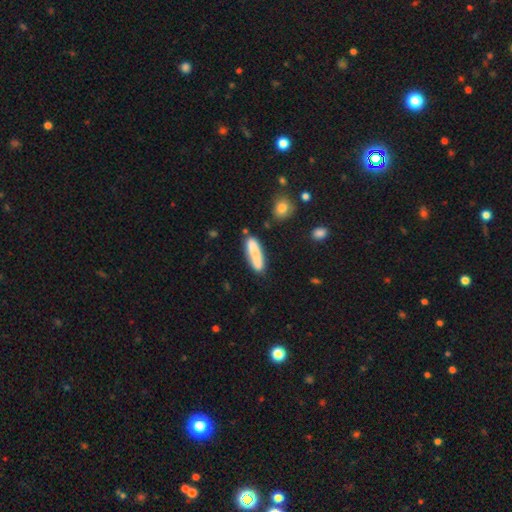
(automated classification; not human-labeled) A smooth galaxy with no disk features (81%) that is cigar-shaped (79%).

Vote fractions:
- Smooth or featured? smooth: 81% / featured or disk: 13% / star or artifact: 6%
- How rounded? cigar-shaped: 79% / in between: 19% / round: 2%
- Merging? none: 74% / minor disturbance: 16% / merger: 6% / major disturbance: 4%